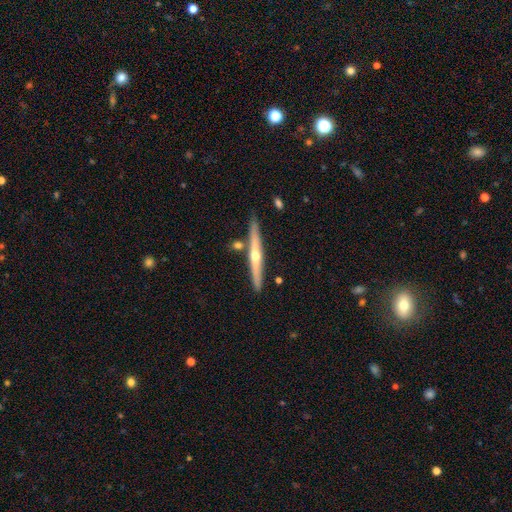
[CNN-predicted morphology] This is likely a featured or disk galaxy (72%). It is clearly viewed edge-on (97%). Edge-on bulge: clearly rounded (86%). Merging: clearly none (86%).